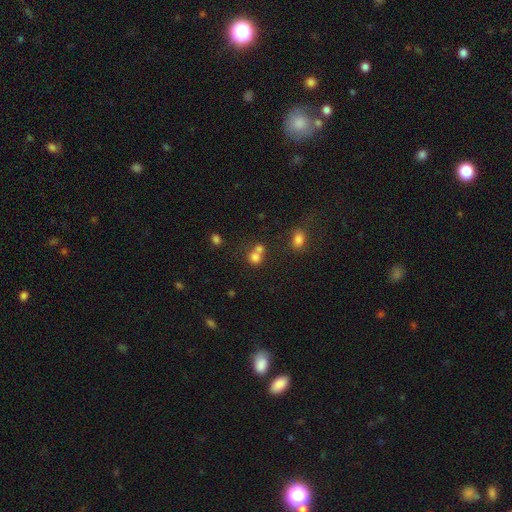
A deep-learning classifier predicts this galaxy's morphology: smooth_or_featured: smooth (p=0.75) [alt: star or artifact p=0.15]
how_rounded: round (p=0.77) [alt: in between p=0.21]
merging: merger (p=0.52) [alt: none p=0.37]